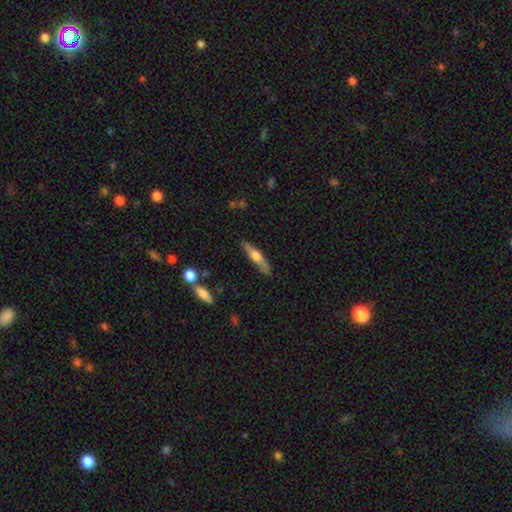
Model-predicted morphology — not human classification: A featured or disk galaxy (54%) viewed edge-on (92%).

Vote fractions:
- Smooth or featured? featured or disk: 54% / smooth: 40% / star or artifact: 6%
- Edge-on disk? yes: 92% / no: 8%
- Merging? none: 83% / minor disturbance: 12% / major disturbance: 3% / merger: 2%